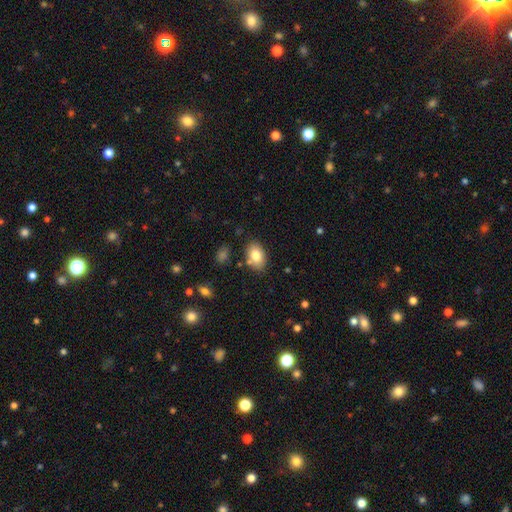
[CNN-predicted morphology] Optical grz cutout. It shows a smooth galaxy with no disk features (81%) that is in between round and cigar-shaped (88%). Merging: none (80%).